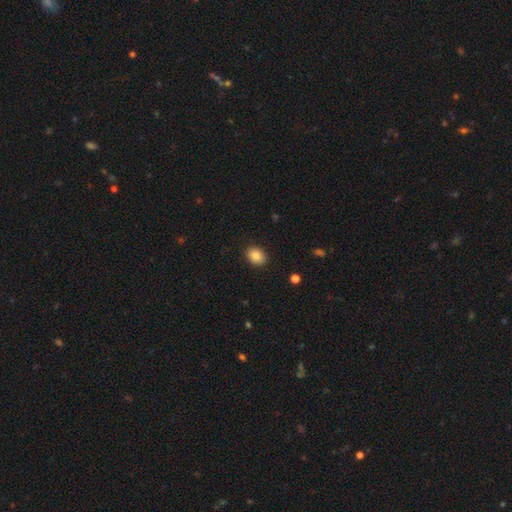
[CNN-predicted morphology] Q: Smooth or featured?
A: smooth (86%); runner-up: star or artifact (9%)
Q: How rounded?
A: in between (63%); runner-up: round (37%)
Q: Merging?
A: none (89%); runner-up: minor disturbance (8%)